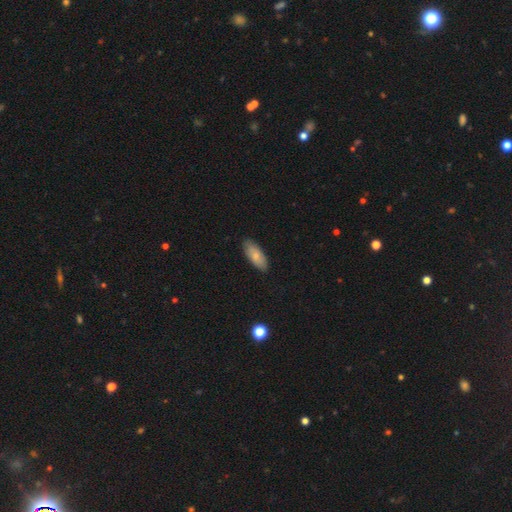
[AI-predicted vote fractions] smooth-or-featured: smooth: 80% | featured or disk: 14% | star or artifact: 6%
  how-rounded: in between: 83% | cigar-shaped: 15% | round: 2%
  merging: none: 87% | minor disturbance: 11% | major disturbance: 2% | merger: 1%